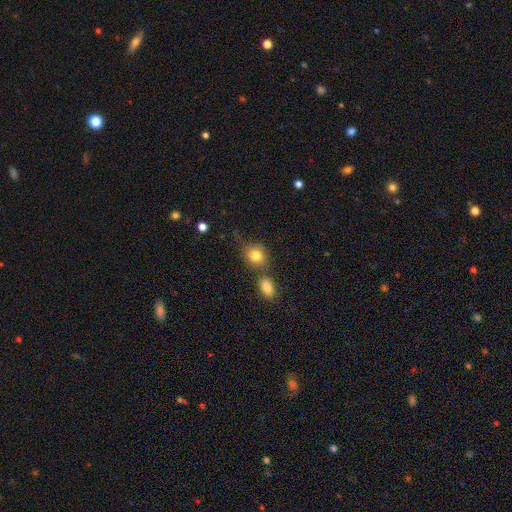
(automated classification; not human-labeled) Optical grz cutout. It shows a smooth galaxy with no disk features (81%) that is round (61%). Merging: none (56%).